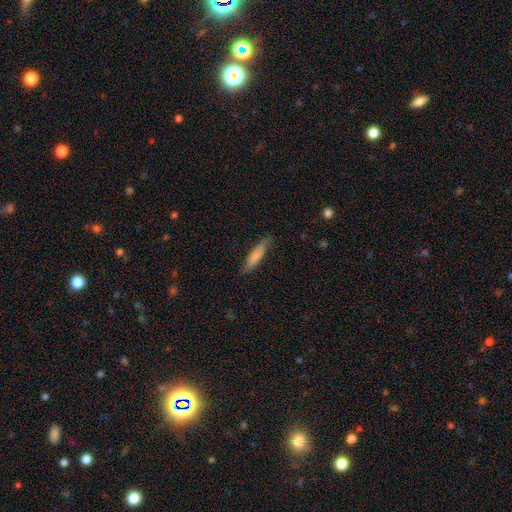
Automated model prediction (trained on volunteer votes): Smooth or featured: smooth — 80% (featured or disk — 15%)
How rounded: cigar-shaped — 74% (in between — 24%)
Merging: none — 81% (minor disturbance — 15%)